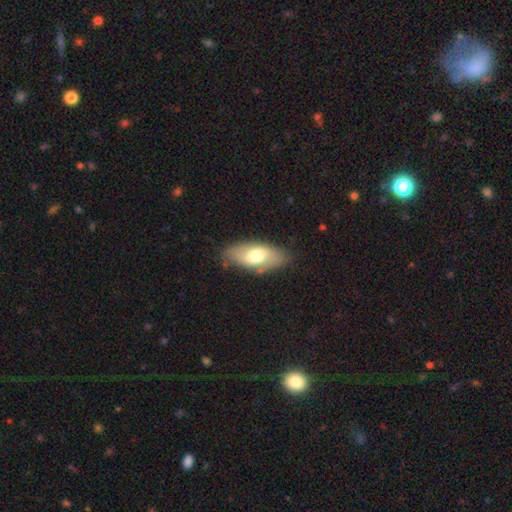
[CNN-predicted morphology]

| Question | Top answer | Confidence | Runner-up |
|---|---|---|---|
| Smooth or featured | smooth | 64% | featured or disk (30%) |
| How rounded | in between | 88% | cigar-shaped (9%) |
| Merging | none | 77% | minor disturbance (17%) |